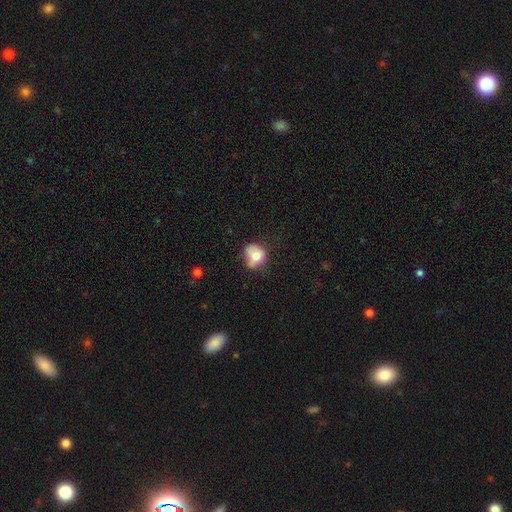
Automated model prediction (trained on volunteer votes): smooth 73%, featured or disk 17%, star or artifact 10%. Down the decision tree: how rounded — round (58%); merging — none (40%).